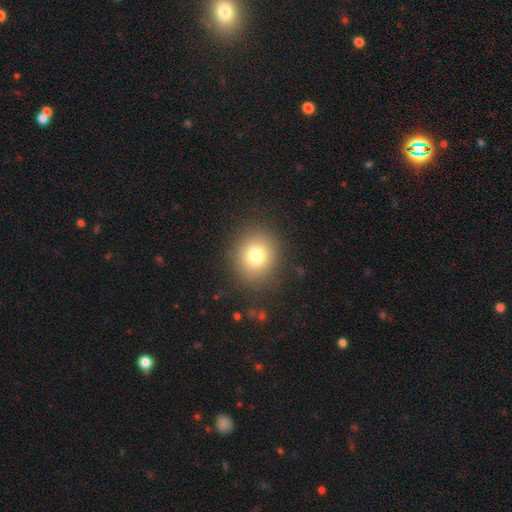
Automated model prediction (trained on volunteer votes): Smooth or featured: smooth — 77% (star or artifact — 13%)
How rounded: round — 82% (in between — 17%)
Merging: none — 87% (minor disturbance — 8%)